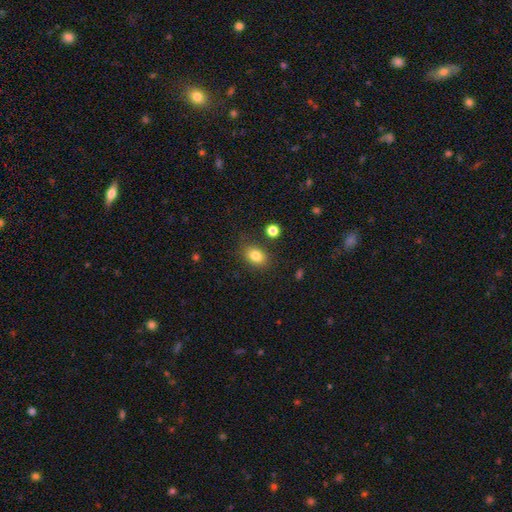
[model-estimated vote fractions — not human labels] This is clearly a smooth galaxy (82%). How rounded: likely in between (72%). Merging: clearly none (81%).